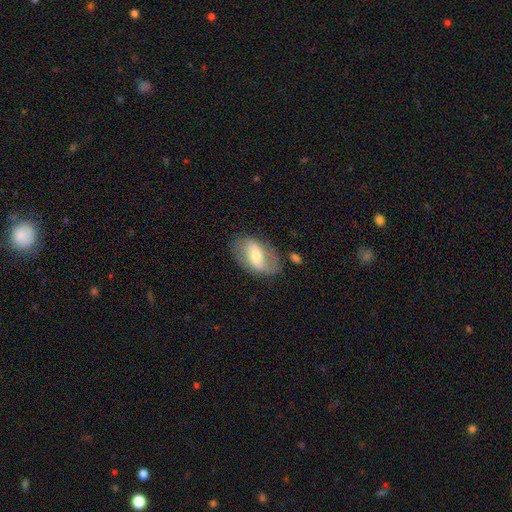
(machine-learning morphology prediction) A featured or disk galaxy (54%). Merging: none (67%).